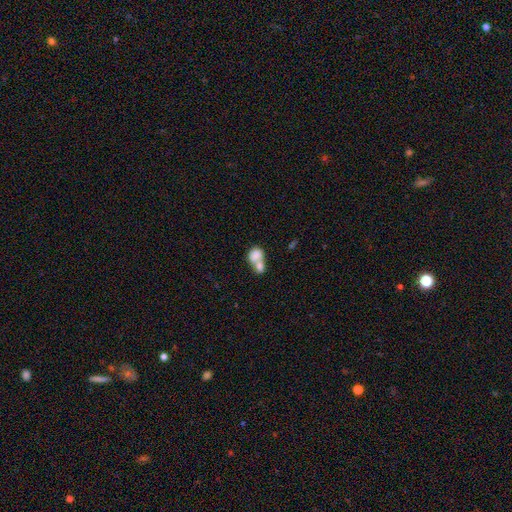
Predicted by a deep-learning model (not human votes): The model was most divided on "how rounded": in between: 54%, round: 44%, cigar-shaped: 2%. More confident: smooth or featured — smooth (76%); merging — merger (74%).